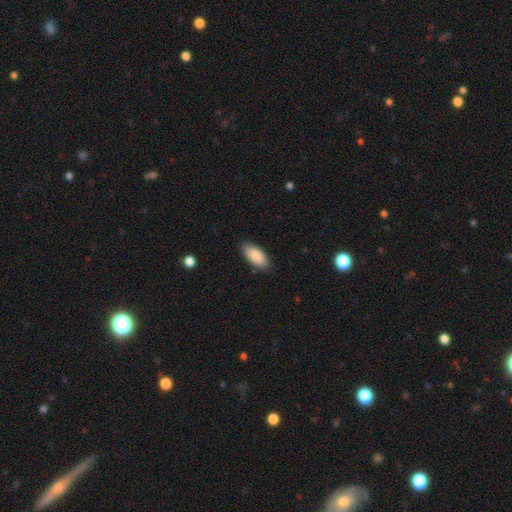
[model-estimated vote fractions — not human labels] Smooth or featured: smooth — 88% (featured or disk — 6%)
How rounded: in between — 90% (cigar-shaped — 8%)
Merging: none — 86% (minor disturbance — 10%)